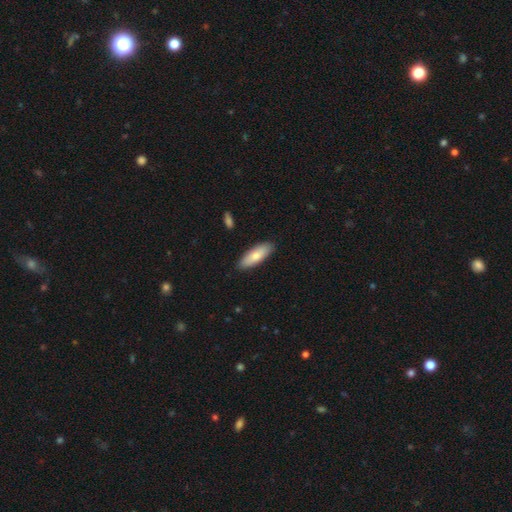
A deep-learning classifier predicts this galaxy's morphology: Smooth or featured: smooth — 79% (featured or disk — 16%)
How rounded: in between — 62% (cigar-shaped — 36%)
Merging: none — 87% (minor disturbance — 10%)